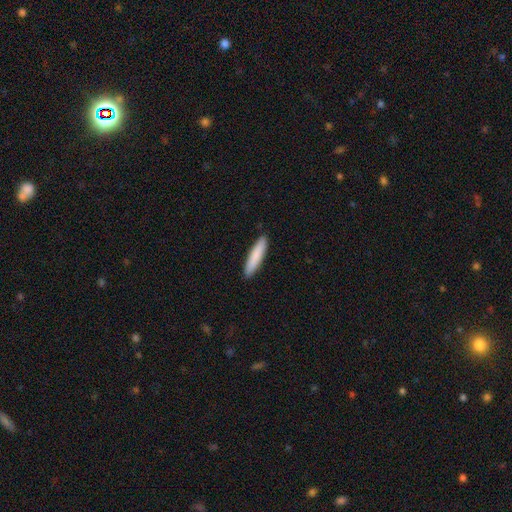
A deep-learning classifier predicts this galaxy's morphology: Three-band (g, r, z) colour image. It shows a smooth galaxy with no disk features (86%) that is cigar-shaped (85%). Merging: none (91%).